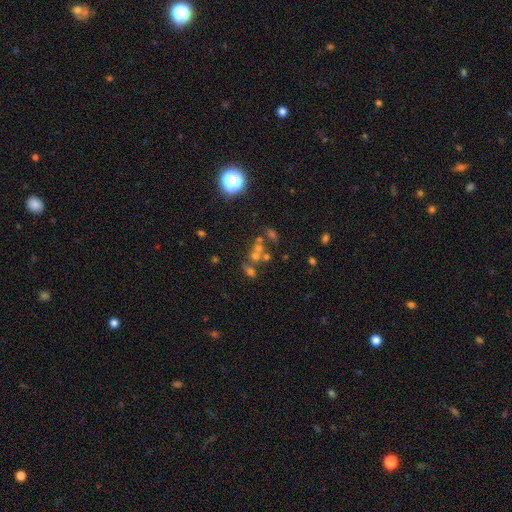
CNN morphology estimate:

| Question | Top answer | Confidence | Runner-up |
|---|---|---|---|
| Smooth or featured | star or artifact | 39% | smooth (37%) |